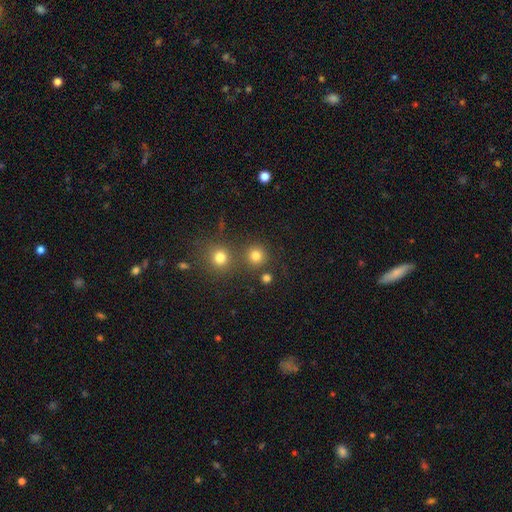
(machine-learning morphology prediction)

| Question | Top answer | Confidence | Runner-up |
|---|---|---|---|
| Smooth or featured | smooth | 78% | star or artifact (16%) |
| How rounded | round | 93% | in between (7%) |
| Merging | none | 79% | merger (11%) |